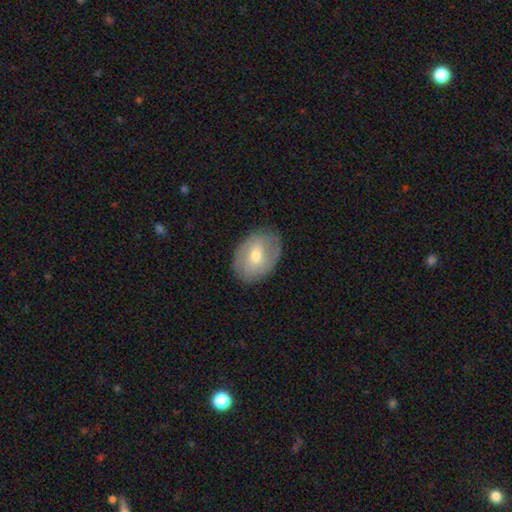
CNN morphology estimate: This appears to be a smooth galaxy with no disk features (47%). Merging: none (80%).